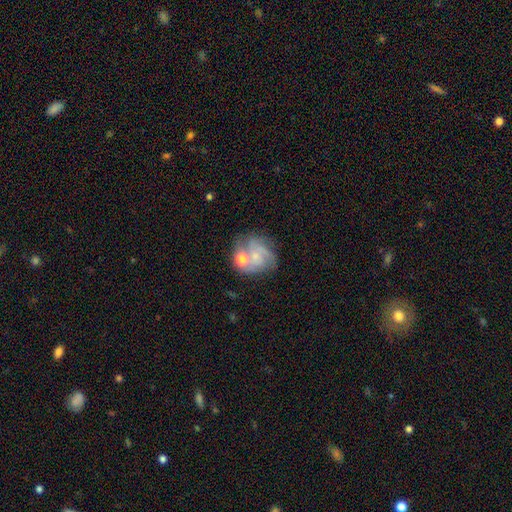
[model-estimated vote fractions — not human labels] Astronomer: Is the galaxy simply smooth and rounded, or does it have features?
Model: featured or disk — 57% (runner-up: smooth, 34%).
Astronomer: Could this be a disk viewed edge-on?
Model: no — 98%.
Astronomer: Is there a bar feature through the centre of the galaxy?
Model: no — 76%.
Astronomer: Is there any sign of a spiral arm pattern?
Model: yes — 76%.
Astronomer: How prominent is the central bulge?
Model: small — 58%.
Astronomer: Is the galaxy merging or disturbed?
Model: none — 41% (runner-up: merger, 25%).